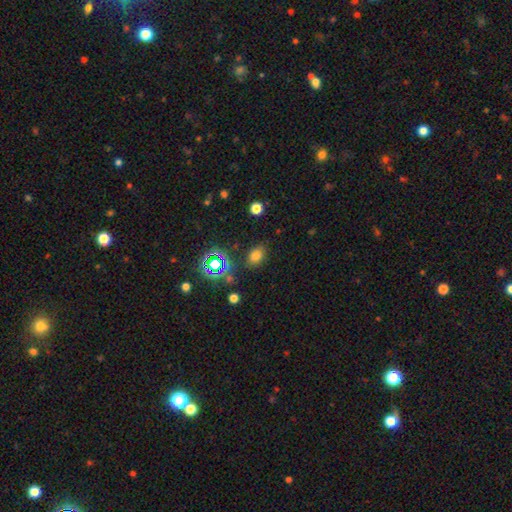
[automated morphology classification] A smooth galaxy with no disk features (68%) that is in between round and cigar-shaped (72%). Merging: none (77%).